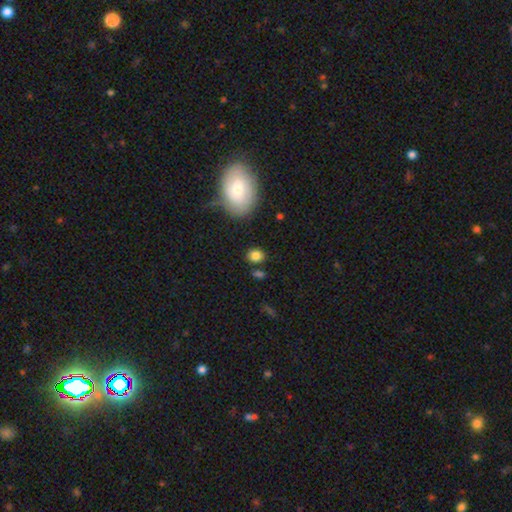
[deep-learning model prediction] Morphology: type=smooth (84%); roundness=round (59%); merging=none (80%).